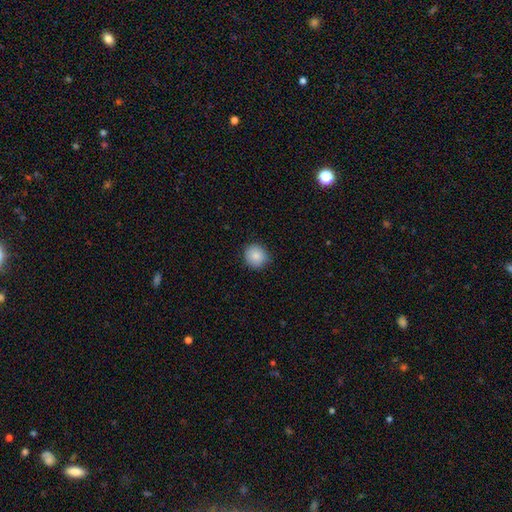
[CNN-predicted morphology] Q: Smooth or featured?
A: smooth (86%); runner-up: star or artifact (8%)
Q: How rounded?
A: round (89%); runner-up: in between (10%)
Q: Merging?
A: none (89%); runner-up: minor disturbance (9%)